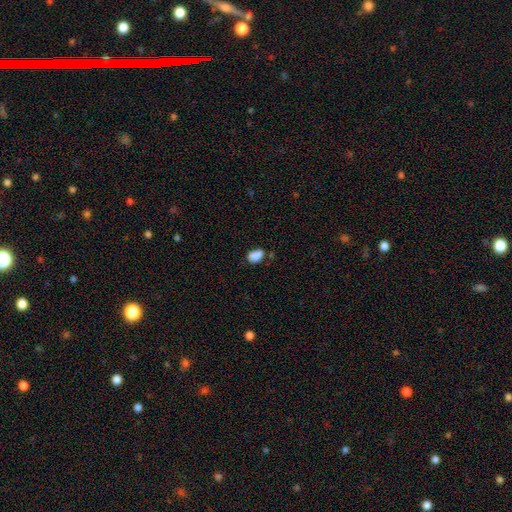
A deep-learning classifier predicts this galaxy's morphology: Q: Smooth or featured?
A: smooth (86%); runner-up: star or artifact (9%)
Q: How rounded?
A: in between (82%); runner-up: round (16%)
Q: Merging?
A: none (62%); runner-up: minor disturbance (26%)